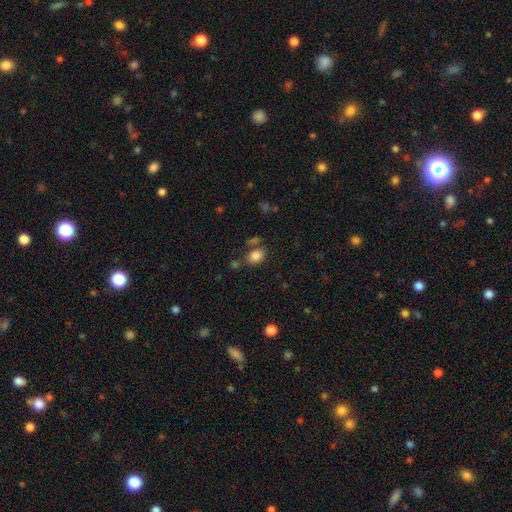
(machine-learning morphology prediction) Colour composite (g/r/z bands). It shows a smooth galaxy with no disk features (84%) that is in between round and cigar-shaped (72%). Merging: none (67%).